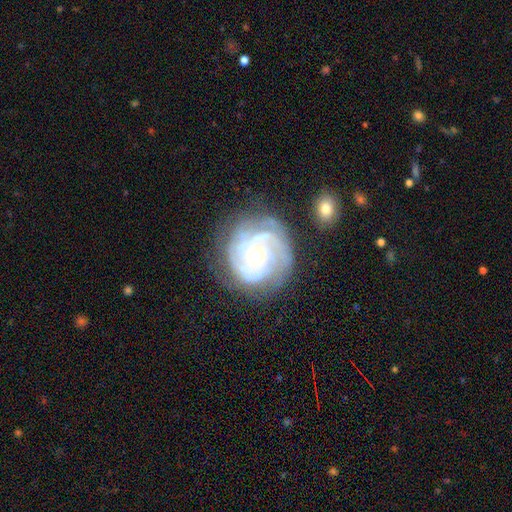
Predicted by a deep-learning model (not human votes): Smooth or featured? featured or disk (86%)
Edge-on disk? no (97%)
Bar? no (76%)
Spiral arms? yes (95%)
Spiral winding? tight (74%)
Spiral arm count? 3 (28%)
Bulge size? small (50%)
Merging? none (71%)